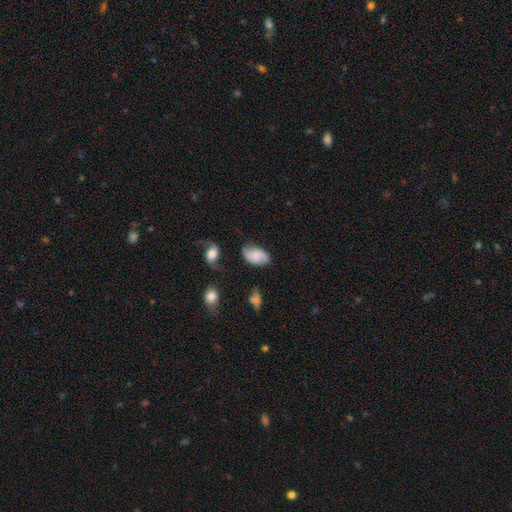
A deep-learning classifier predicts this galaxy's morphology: This is likely a smooth galaxy (64%). How rounded: clearly in between (90%). Merging: likely none (67%).